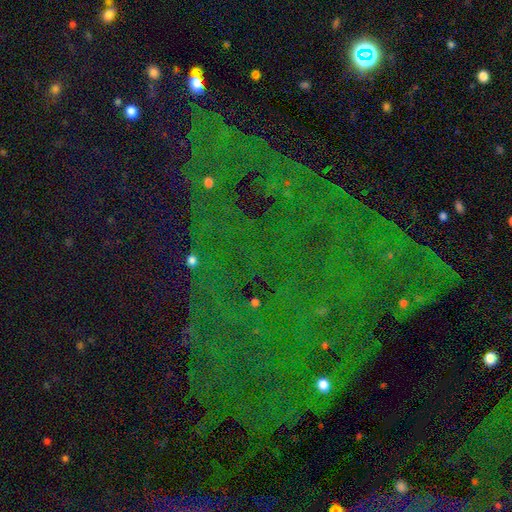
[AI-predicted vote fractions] Smooth or featured? Predicted: star or artifact (p=0.80).